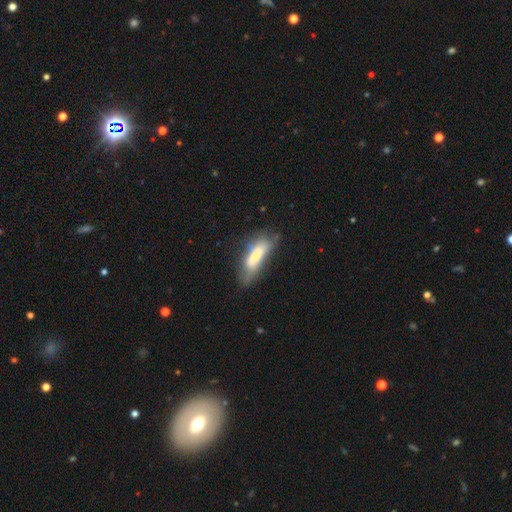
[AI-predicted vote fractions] The model was most divided on "how rounded": in between: 50%, cigar-shaped: 48%, round: 2%. Remaining: smooth or featured — smooth (62%); merging — none (43%).